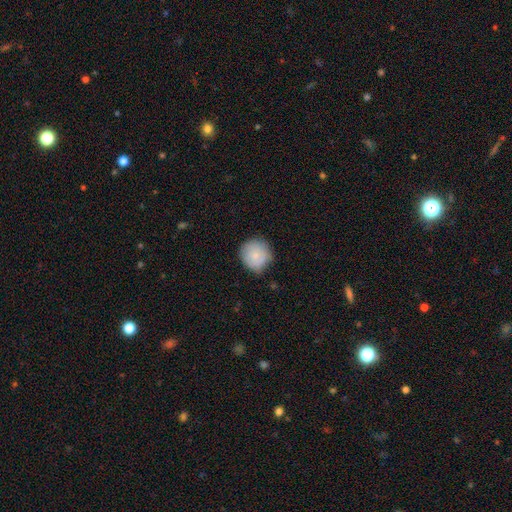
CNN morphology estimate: Smooth or featured?
  - smooth: 82% *
  - featured or disk: 11%
  - star or artifact: 7%
How rounded?
  - round: 91% *
  - in between: 8%
  - cigar-shaped: 1%
Merging?
  - none: 76% *
  - minor disturbance: 19%
  - major disturbance: 3%
  - merger: 1%